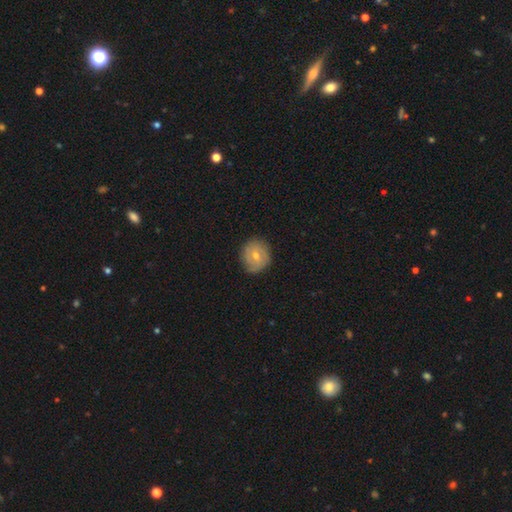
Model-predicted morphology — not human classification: The model was most divided on "smooth or featured": featured or disk: 48%, smooth: 44%, star or artifact: 8%. More confident: merging — none (81%).